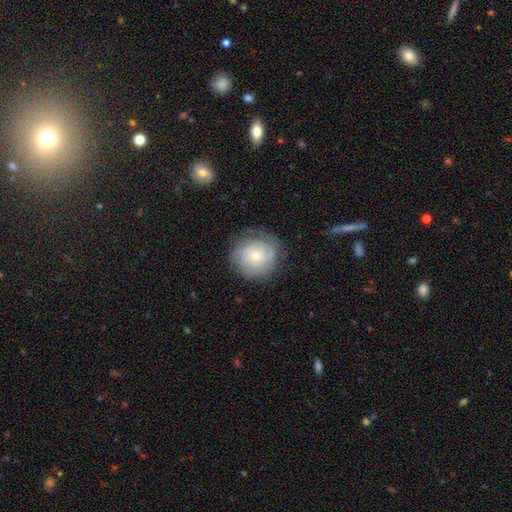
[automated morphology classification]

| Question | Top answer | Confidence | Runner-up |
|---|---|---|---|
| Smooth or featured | featured or disk | 54% | smooth (38%) |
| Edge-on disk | no | 97% | yes (3%) |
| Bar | no | 82% | weak (16%) |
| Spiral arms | yes | 84% | no (16%) |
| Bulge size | small | 57% | moderate (37%) |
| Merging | none | 75% | minor disturbance (17%) |